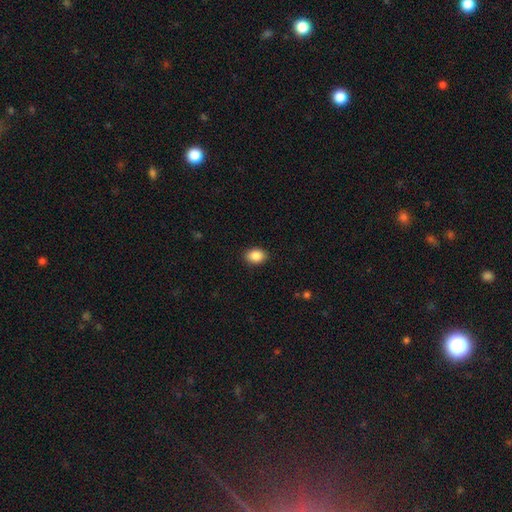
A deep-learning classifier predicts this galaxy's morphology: Smooth or featured? Predicted: smooth (p=0.88). How rounded? Predicted: in between (p=0.72). Merging? Predicted: none (p=0.90).